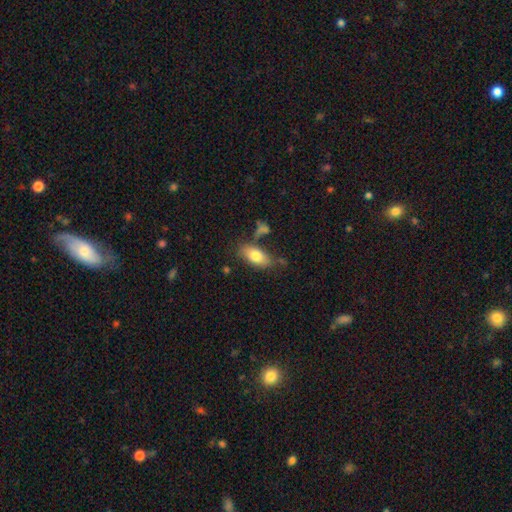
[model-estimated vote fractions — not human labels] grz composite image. It shows a smooth galaxy with no disk features (77%) that is in between round and cigar-shaped (88%). Merging: none (64%).